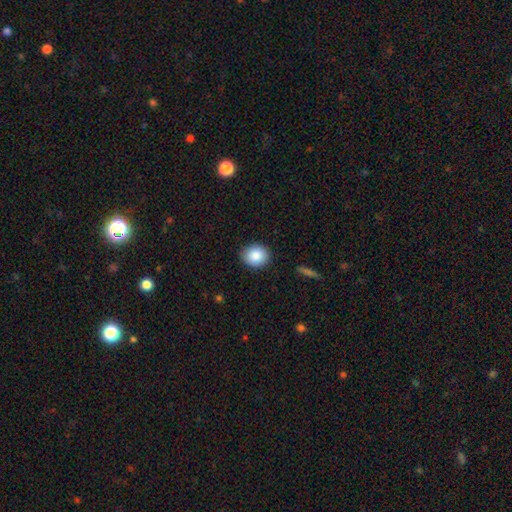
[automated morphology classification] Smooth or featured?
  - smooth: 88% *
  - star or artifact: 8%
  - featured or disk: 5%
How rounded?
  - round: 66% *
  - in between: 33%
  - cigar-shaped: 1%
Merging?
  - none: 87% *
  - minor disturbance: 10%
  - major disturbance: 2%
  - merger: 1%